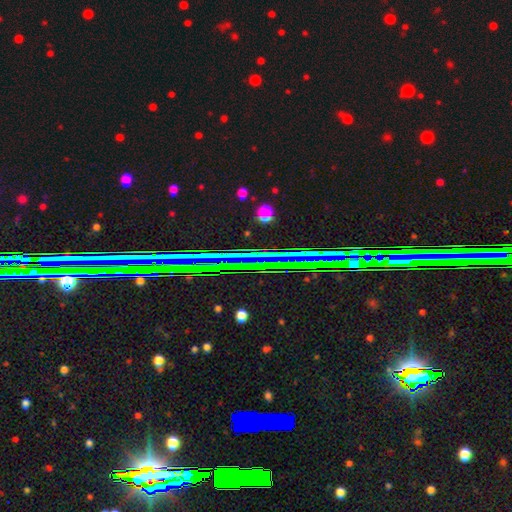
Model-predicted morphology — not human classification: Smooth or featured: star or artifact — 80% (featured or disk — 11%)